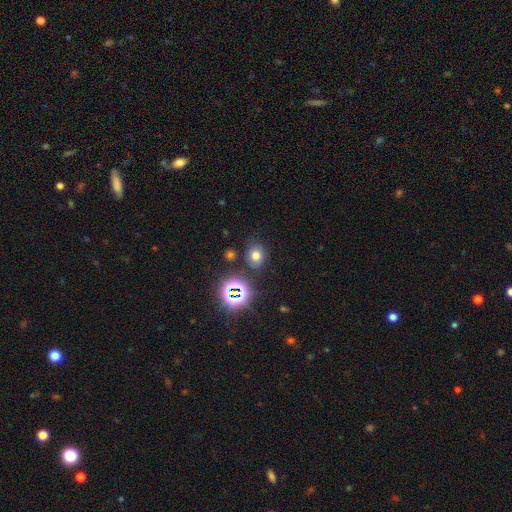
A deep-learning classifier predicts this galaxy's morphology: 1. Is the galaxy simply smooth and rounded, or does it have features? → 66% smooth, 25% star or artifact, 9% featured or disk.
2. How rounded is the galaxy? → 60% round, 39% in between, 1% cigar-shaped.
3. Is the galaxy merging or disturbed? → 78% none, 12% minor disturbance, 5% merger, 4% major disturbance.